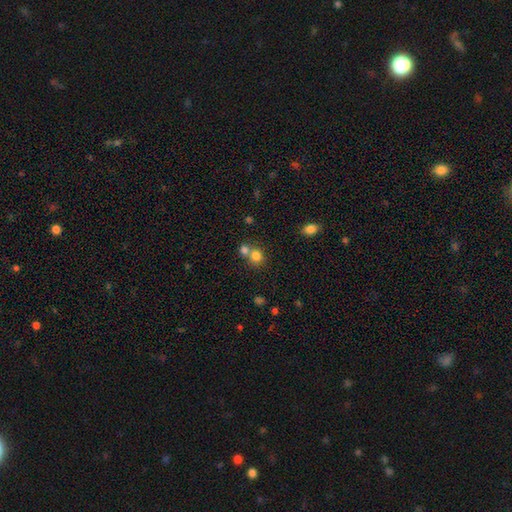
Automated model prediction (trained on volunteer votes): Smooth or featured? smooth (79%)
How rounded? round (84%)
Merging? none (47%)